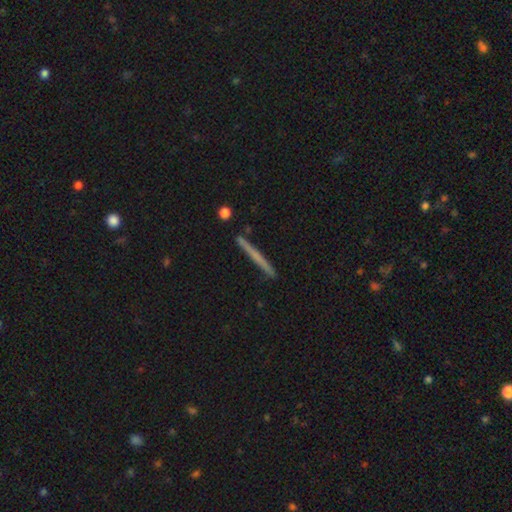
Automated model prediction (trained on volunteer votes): Morphology: type=smooth (52%); roundness=cigar-shaped (97%); merging=none (91%).